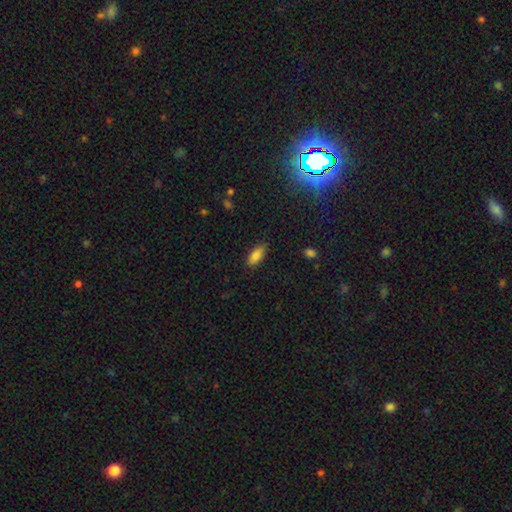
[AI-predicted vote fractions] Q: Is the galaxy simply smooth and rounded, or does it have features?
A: smooth — 84%.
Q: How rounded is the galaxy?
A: in between — 81%.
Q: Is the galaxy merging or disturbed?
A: none — 82%.